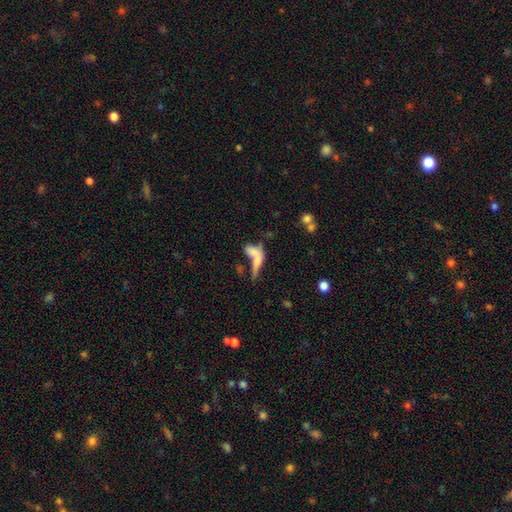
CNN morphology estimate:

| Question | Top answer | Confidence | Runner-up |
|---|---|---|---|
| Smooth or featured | smooth | 59% | featured or disk (29%) |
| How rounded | in between | 52% | cigar-shaped (41%) |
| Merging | merger | 53% | none (21%) |